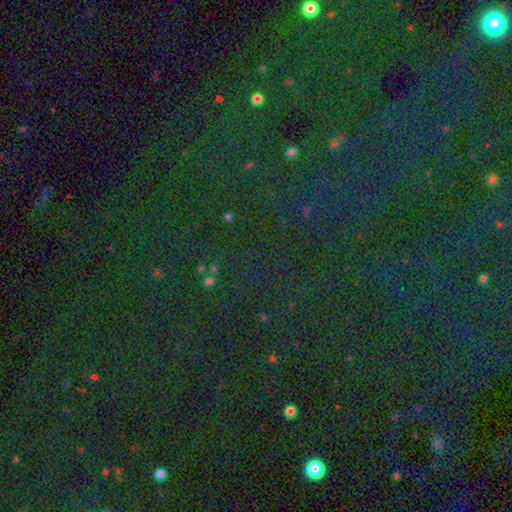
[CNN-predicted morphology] star or artifact 81%, smooth 11%, featured or disk 7%.